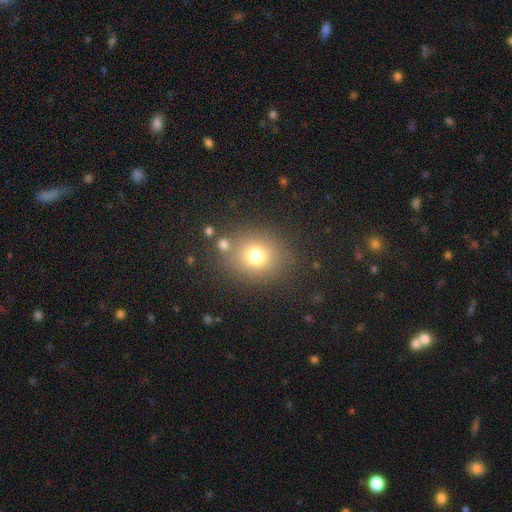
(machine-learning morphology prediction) Overall: smooth (74%). How rounded: round (73%). Merging: none (78%).